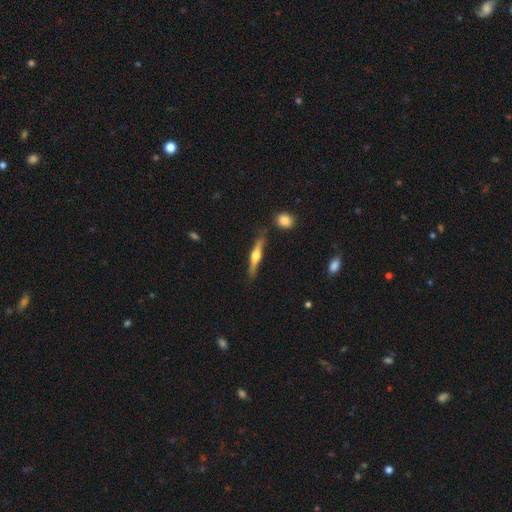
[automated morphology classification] smooth_or_featured: featured or disk (p=0.68) [alt: smooth p=0.26]
disk_edge_on: yes (p=0.97) [alt: no p=0.03]
edge_on_bulge: rounded (p=0.93) [alt: boxy p=0.05]
merging: none (p=0.82) [alt: minor disturbance p=0.11]